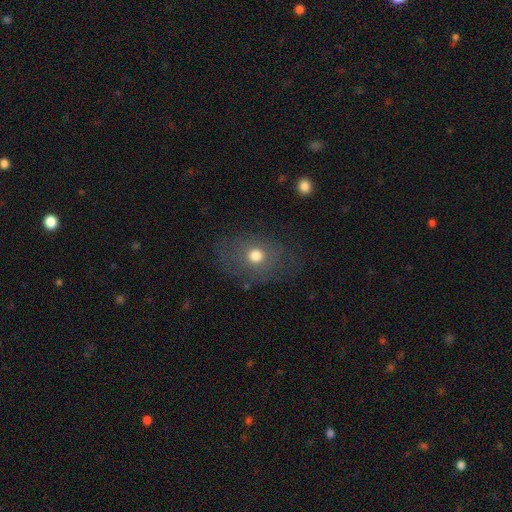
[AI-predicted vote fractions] Smooth or featured: smooth — 65% (featured or disk — 21%)
How rounded: round — 57% (in between — 41%)
Merging: none — 74% (minor disturbance — 15%)